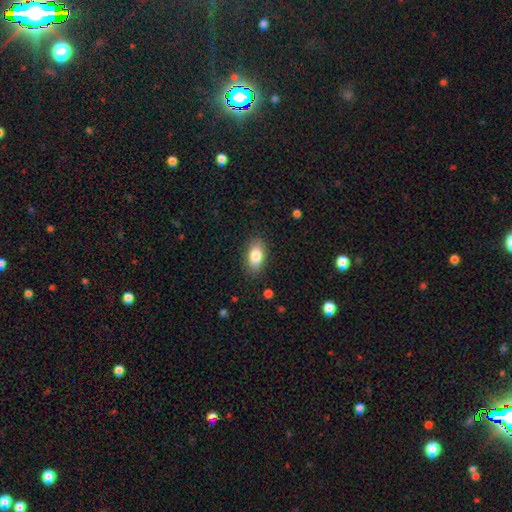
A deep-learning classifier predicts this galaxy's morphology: This is clearly a smooth galaxy (85%). How rounded: clearly in between (91%). Merging: clearly none (86%).